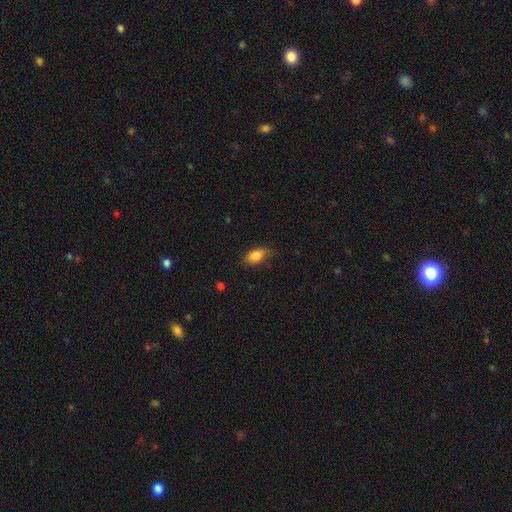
This appears to be a smooth galaxy with no disk features (85%) that is in between round and cigar-shaped (91%). Merging: none (70%).